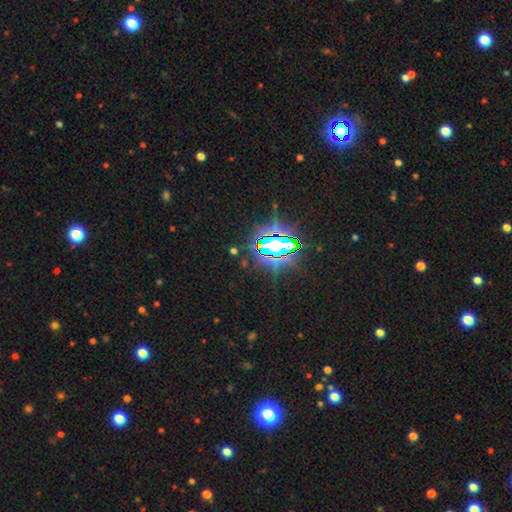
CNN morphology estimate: Smooth or featured? star or artifact (84%)